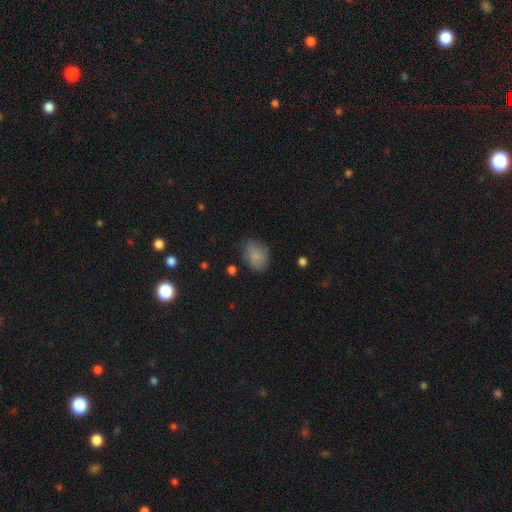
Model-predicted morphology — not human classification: Smooth or featured? smooth (82%)
How rounded? in between (67%)
Merging? none (68%)